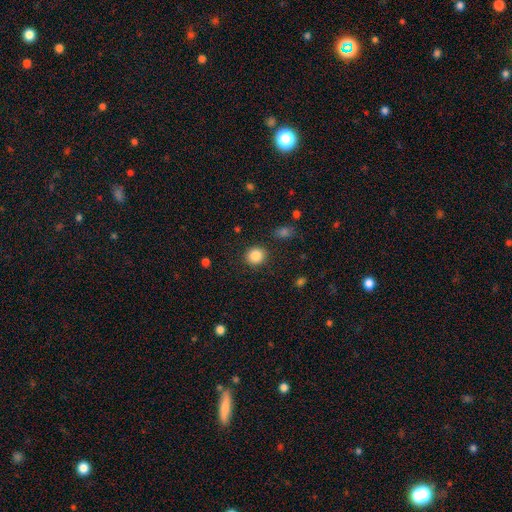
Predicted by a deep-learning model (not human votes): Smooth or featured?
  - smooth: 86% *
  - star or artifact: 10%
  - featured or disk: 5%
How rounded?
  - round: 84% *
  - in between: 15%
  - cigar-shaped: 1%
Merging?
  - none: 89% *
  - minor disturbance: 7%
  - major disturbance: 3%
  - merger: 2%